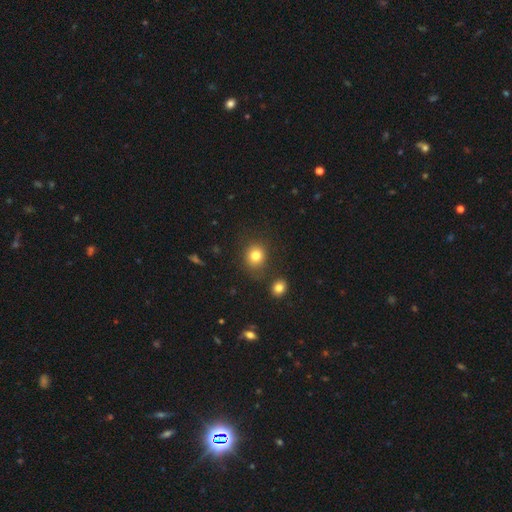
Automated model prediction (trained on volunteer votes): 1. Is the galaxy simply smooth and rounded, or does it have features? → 80% smooth, 12% star or artifact, 8% featured or disk.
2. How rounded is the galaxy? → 77% round, 22% in between, 1% cigar-shaped.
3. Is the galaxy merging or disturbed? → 80% none, 11% minor disturbance, 5% merger, 4% major disturbance.